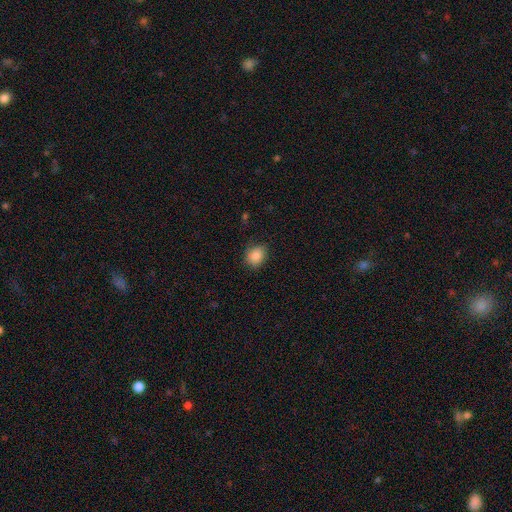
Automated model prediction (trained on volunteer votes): A smooth galaxy with no disk features (86%) that is in between round and cigar-shaped (52%).

Vote fractions:
- Smooth or featured? smooth: 86% / star or artifact: 9% / featured or disk: 5%
- How rounded? in between: 52% / round: 47% / cigar-shaped: 1%
- Merging? none: 79% / minor disturbance: 16% / major disturbance: 4% / merger: 1%